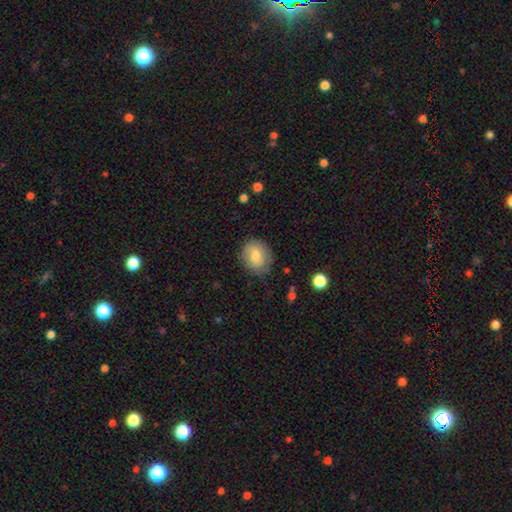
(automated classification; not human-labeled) This is likely a smooth galaxy (72%). How rounded: possibly round (57%). Merging: clearly none (81%).